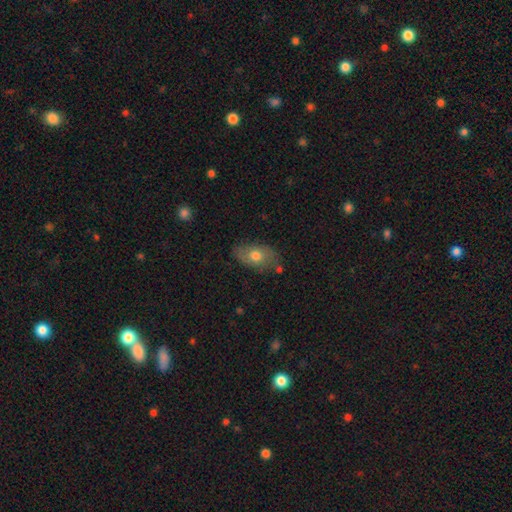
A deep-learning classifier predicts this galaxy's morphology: Smooth or featured: smooth — 65% (featured or disk — 28%)
How rounded: in between — 87% (round — 10%)
Merging: none — 70% (minor disturbance — 21%)